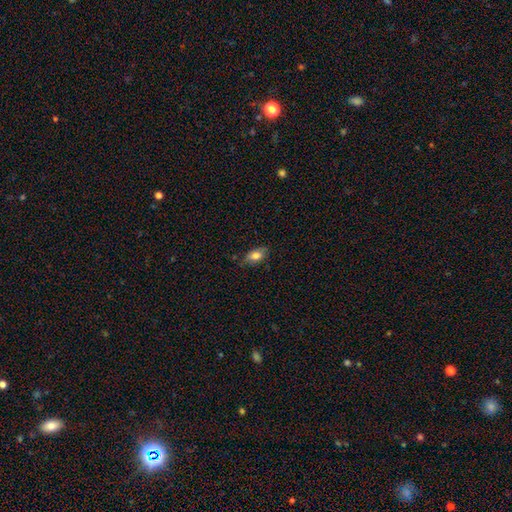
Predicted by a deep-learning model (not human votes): A smooth galaxy with no disk features (80%) that is in between round and cigar-shaped (88%). Merging: none (76%).